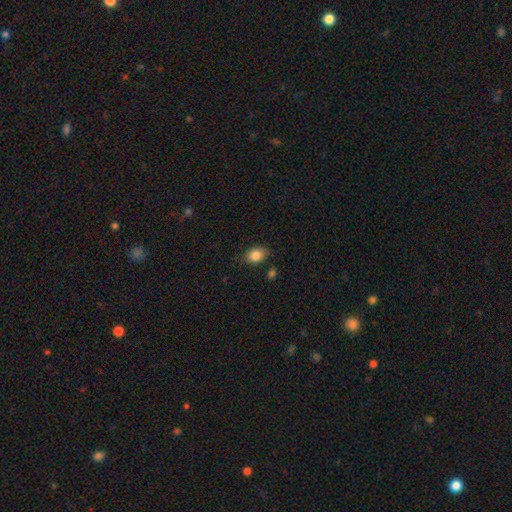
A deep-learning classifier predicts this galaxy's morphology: Q: Smooth or featured?
A: smooth (85%); runner-up: star or artifact (8%)
Q: How rounded?
A: in between (77%); runner-up: round (22%)
Q: Merging?
A: none (79%); runner-up: minor disturbance (16%)